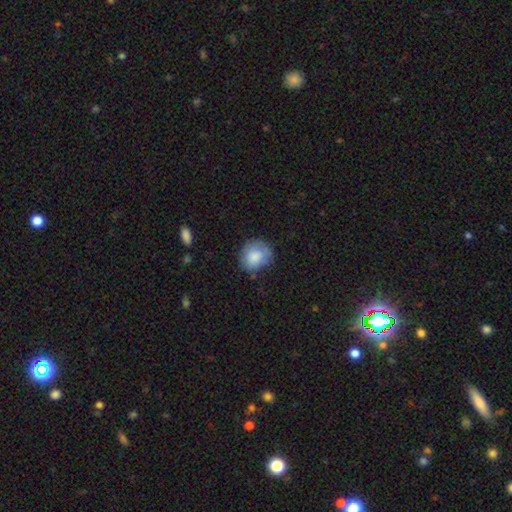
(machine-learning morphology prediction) smooth-or-featured: smooth: 81% | featured or disk: 12% | star or artifact: 8%
  how-rounded: round: 71% | in between: 28% | cigar-shaped: 1%
  merging: none: 65% | minor disturbance: 25% | major disturbance: 8% | merger: 2%